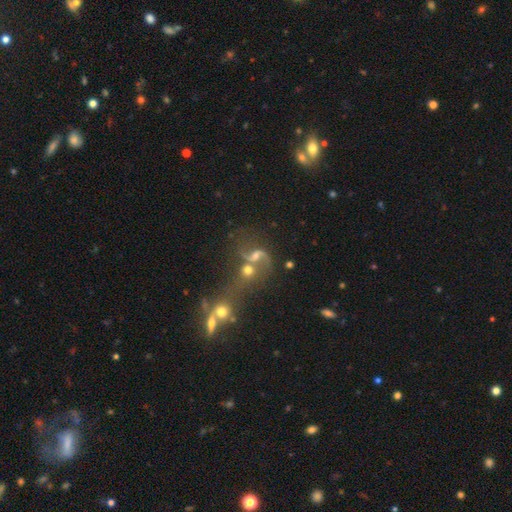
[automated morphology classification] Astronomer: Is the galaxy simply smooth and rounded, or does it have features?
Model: featured or disk — 65%.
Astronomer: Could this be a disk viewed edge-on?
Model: no — 97%.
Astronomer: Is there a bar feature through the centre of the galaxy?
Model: no — 43% (runner-up: weak, 41%).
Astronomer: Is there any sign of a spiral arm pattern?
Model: yes — 86%.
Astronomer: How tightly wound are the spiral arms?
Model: loose — 72%.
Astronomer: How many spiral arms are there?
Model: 2 — 84%.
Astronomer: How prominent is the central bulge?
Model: moderate — 48% (runner-up: small, 29%).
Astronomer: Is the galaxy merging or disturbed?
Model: merger — 50% (runner-up: none, 27%).